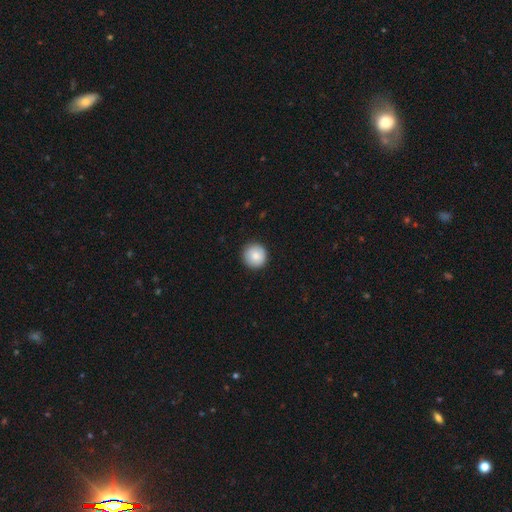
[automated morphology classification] A smooth galaxy with no disk features (85%) that is round (96%). Merging: none (92%).